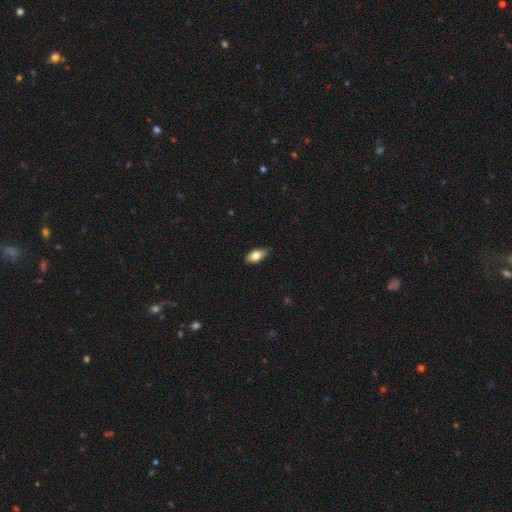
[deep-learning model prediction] smooth-or-featured: smooth: 81% | featured or disk: 12% | star or artifact: 7%
  how-rounded: in between: 90% | cigar-shaped: 6% | round: 4%
  merging: none: 83% | minor disturbance: 14% | major disturbance: 2% | merger: 1%